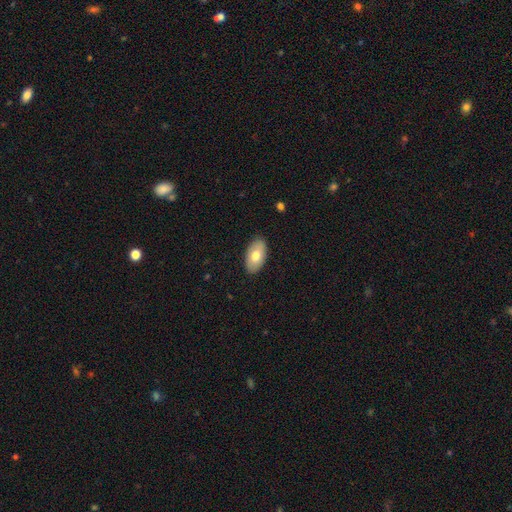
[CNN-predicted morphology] smooth 73%, featured or disk 22%, star or artifact 6%. Down the decision tree: how rounded — in between (95%); merging — none (87%).